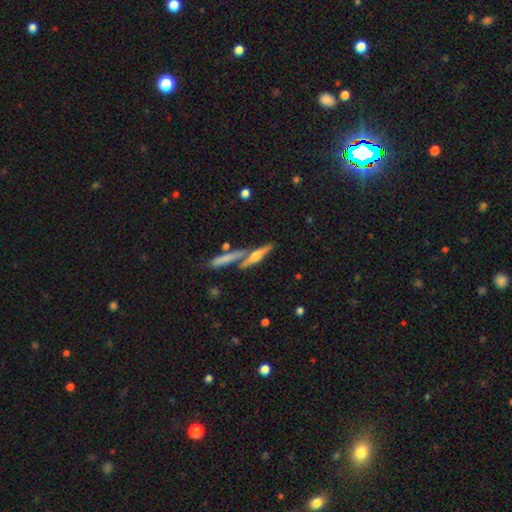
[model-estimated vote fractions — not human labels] Smooth or featured: featured or disk — 63% (smooth — 28%)
Edge-on disk: yes — 94% (no — 6%)
Edge-on bulge: rounded — 86% (none — 7%)
Merging: none — 63% (merger — 22%)